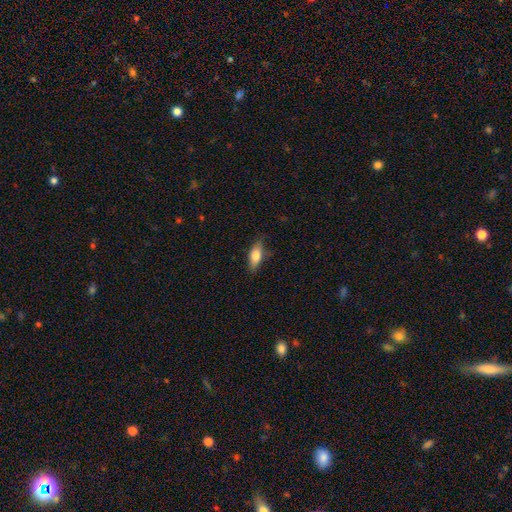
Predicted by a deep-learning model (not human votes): A smooth galaxy with no disk features (74%) that is in between round and cigar-shaped (74%). Merging: none (73%).